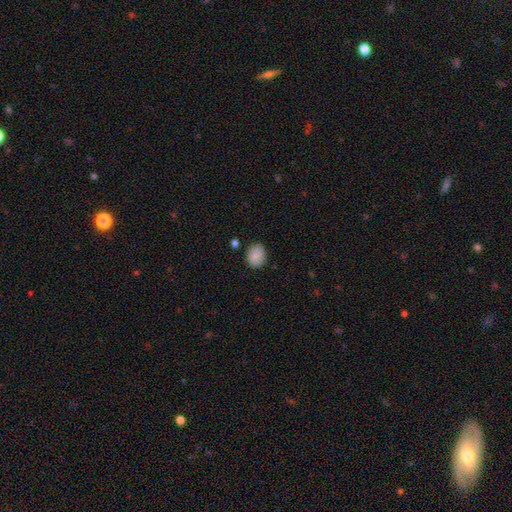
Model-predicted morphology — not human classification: smooth_or_featured: smooth (p=0.86) [alt: star or artifact p=0.08]
how_rounded: round (p=0.50) [alt: in between p=0.49]
merging: none (p=0.82) [alt: minor disturbance p=0.13]